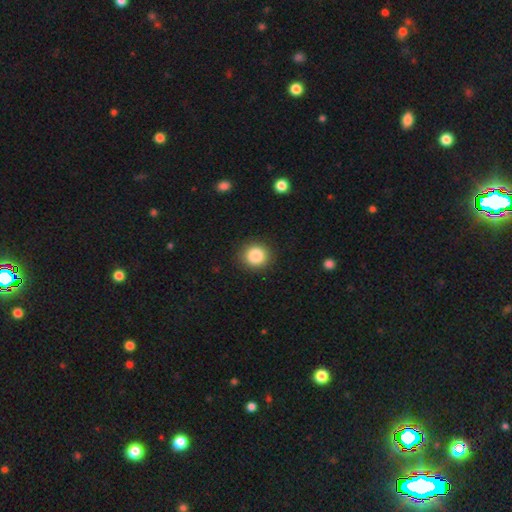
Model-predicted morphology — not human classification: smooth-or-featured: smooth: 86% | star or artifact: 9% | featured or disk: 4%
  how-rounded: round: 91% | in between: 8% | cigar-shaped: 1%
  merging: none: 90% | minor disturbance: 7% | major disturbance: 2% | merger: 1%